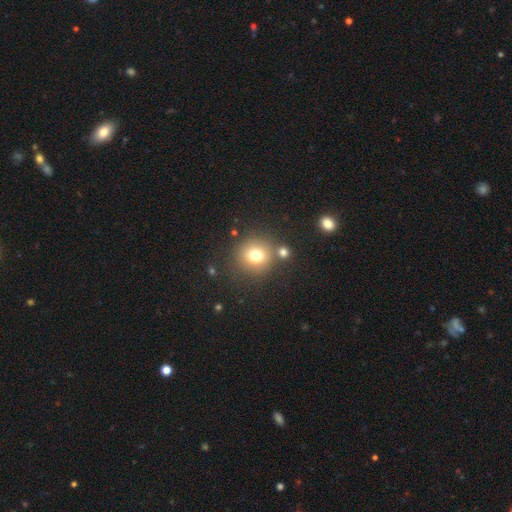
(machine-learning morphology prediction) Smooth or featured: smooth — 75% (star or artifact — 14%)
How rounded: round — 88% (in between — 11%)
Merging: none — 74% (merger — 12%)